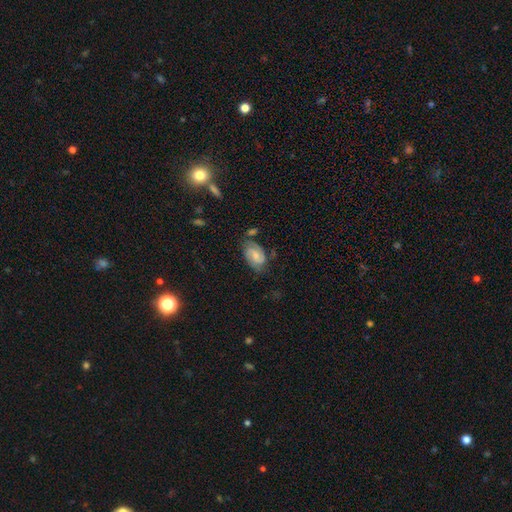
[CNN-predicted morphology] featured or disk 57%, smooth 35%, star or artifact 8%. Down the decision tree: edge-on disk — no (96%); bar — weak (46%); spiral arms — yes (90%); bulge size — small (49%); merging — none (61%).